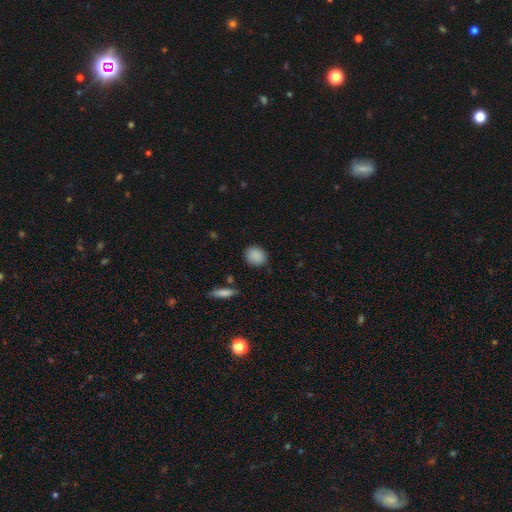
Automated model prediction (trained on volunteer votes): Overall: smooth (88%). How rounded: round (65%; in between 33%). Merging: none (85%).